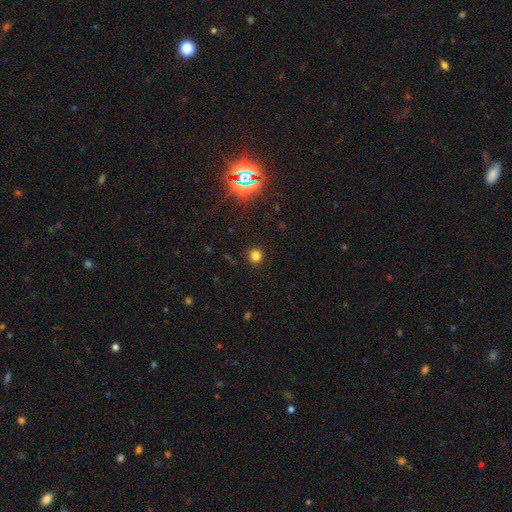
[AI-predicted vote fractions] smooth_or_featured: smooth (p=0.78) [alt: star or artifact p=0.17]
how_rounded: round (p=0.92) [alt: in between p=0.07]
merging: none (p=0.91) [alt: minor disturbance p=0.05]